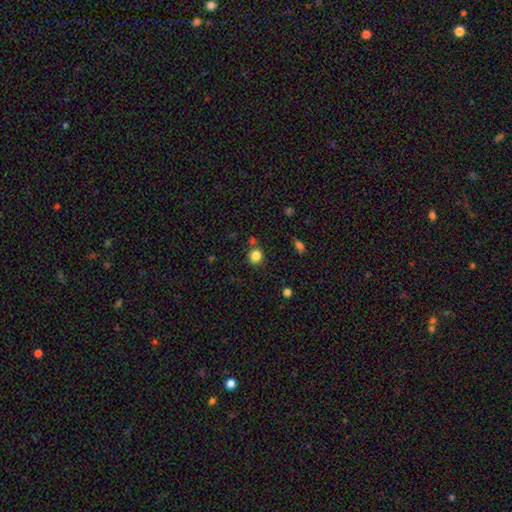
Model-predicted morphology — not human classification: smooth-or-featured: smooth: 83% | star or artifact: 12% | featured or disk: 5%
  how-rounded: round: 87% | in between: 12% | cigar-shaped: 1%
  merging: none: 79% | minor disturbance: 9% | merger: 8% | major disturbance: 3%